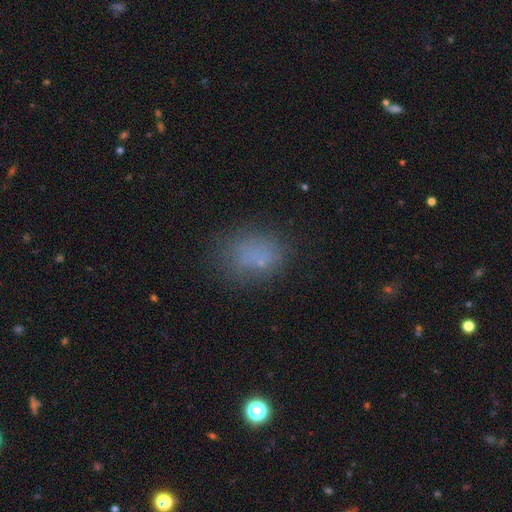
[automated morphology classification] Overall: smooth (70%). How rounded: in between (63%; round 35%). Merging: none (67%).